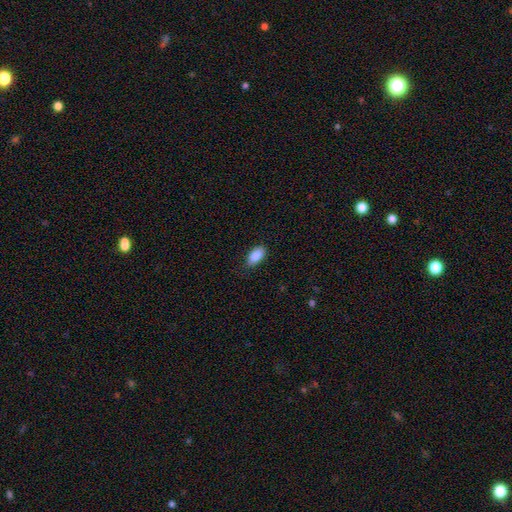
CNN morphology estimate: smooth-or-featured: smooth: 89% | star or artifact: 7% | featured or disk: 4%
  how-rounded: in between: 91% | cigar-shaped: 6% | round: 3%
  merging: none: 81% | minor disturbance: 15% | major disturbance: 3% | merger: 1%